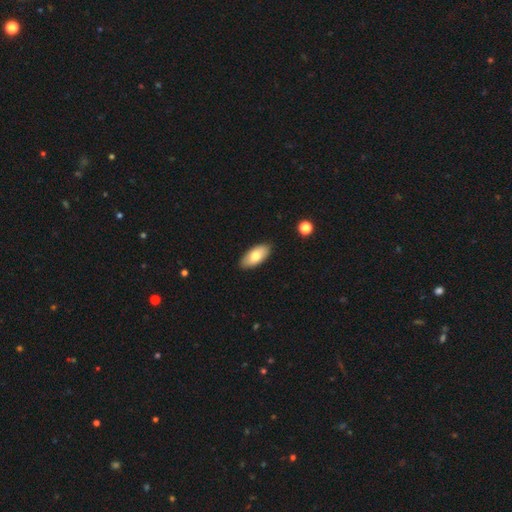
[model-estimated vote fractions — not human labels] Smooth or featured?
  - smooth: 76% *
  - featured or disk: 18%
  - star or artifact: 6%
How rounded?
  - in between: 92% *
  - cigar-shaped: 6%
  - round: 2%
Merging?
  - none: 88% *
  - minor disturbance: 9%
  - major disturbance: 2%
  - merger: 1%